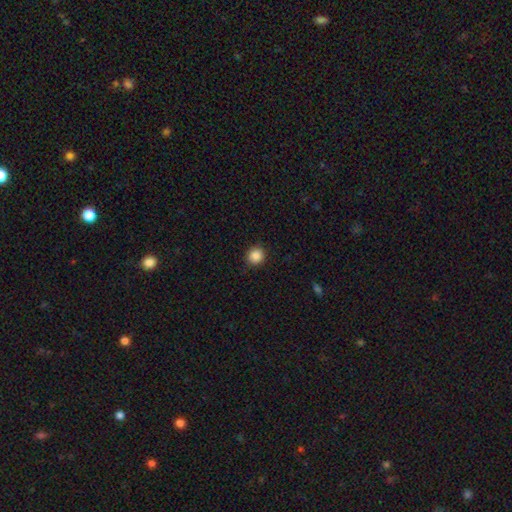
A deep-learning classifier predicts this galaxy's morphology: type=smooth (86%); roundness=round (89%); merging=none (89%).